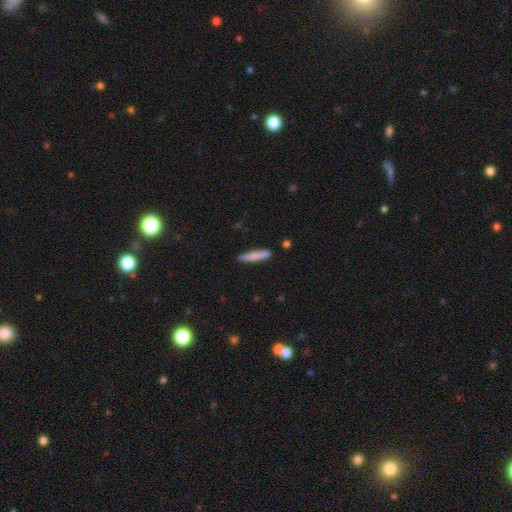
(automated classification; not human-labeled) smooth-or-featured: smooth: 80% | featured or disk: 14% | star or artifact: 6%
  how-rounded: cigar-shaped: 90% | in between: 8% | round: 1%
  merging: none: 83% | minor disturbance: 12% | merger: 3% | major disturbance: 2%